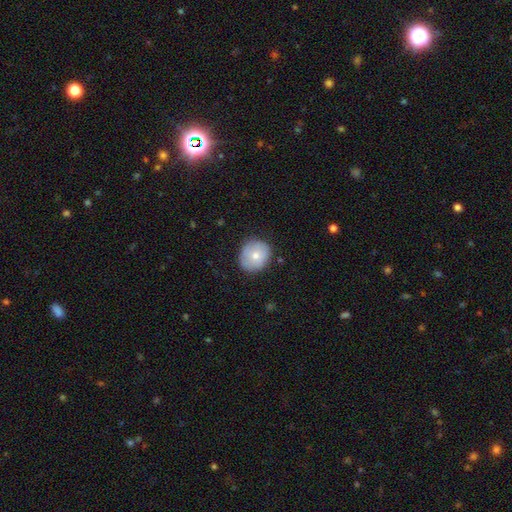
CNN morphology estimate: smooth-or-featured: smooth: 70% | featured or disk: 22% | star or artifact: 8%
  how-rounded: round: 82% | in between: 17% | cigar-shaped: 1%
  merging: none: 80% | minor disturbance: 15% | major disturbance: 3% | merger: 1%